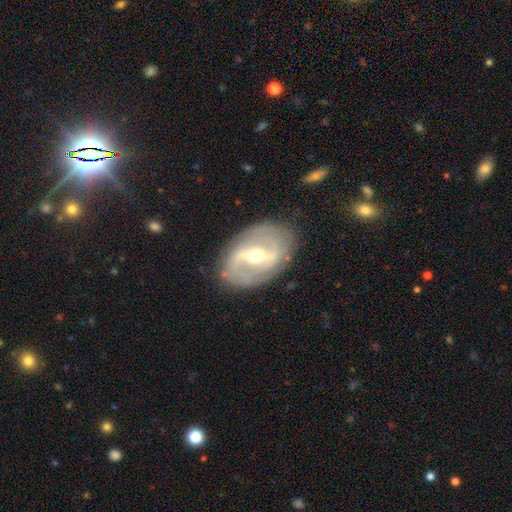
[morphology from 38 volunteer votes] featured or disk 92%, smooth 5%, star or artifact 3%. Down the decision tree: edge-on disk — no (97%); bar — strong (62%); spiral arms — yes (91%); spiral arm count — 2 (55%); spiral winding — tight (61%); bulge size — moderate (68%); merging — none (84%).